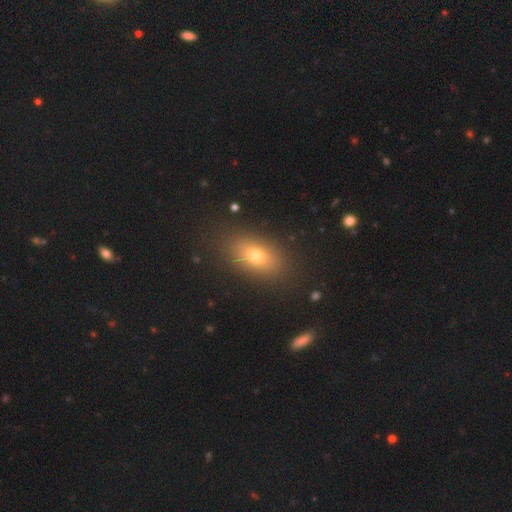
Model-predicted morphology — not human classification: Smooth or featured? Predicted: smooth (p=0.74). How rounded? Predicted: in between (p=0.83). Merging? Predicted: none (p=0.85).